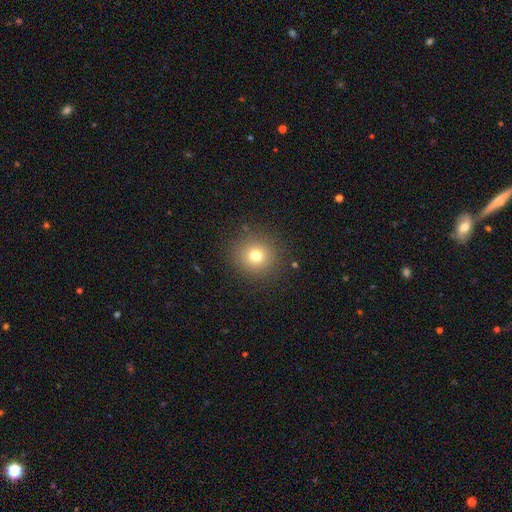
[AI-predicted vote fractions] This appears to be a smooth galaxy with no disk features (73%) that is round (92%). Merging: none (88%).